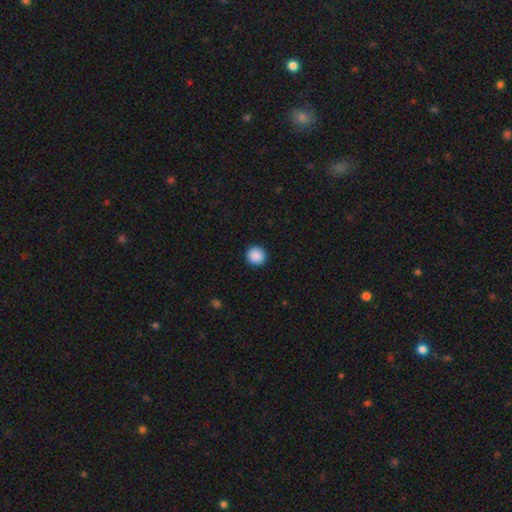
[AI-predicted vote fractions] smooth 89%, star or artifact 8%, featured or disk 2%. Down the decision tree: how rounded — round (95%); merging — none (93%).